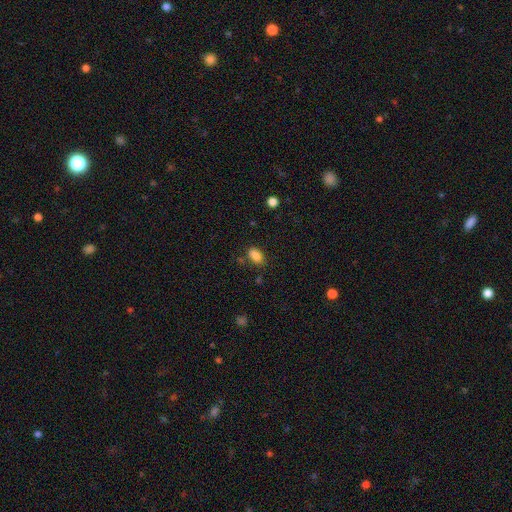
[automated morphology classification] The model was most divided on "merging": none: 70%, minor disturbance: 18%, merger: 7%, major disturbance: 5%. More confident: how rounded — in between (87%); smooth or featured — smooth (84%).